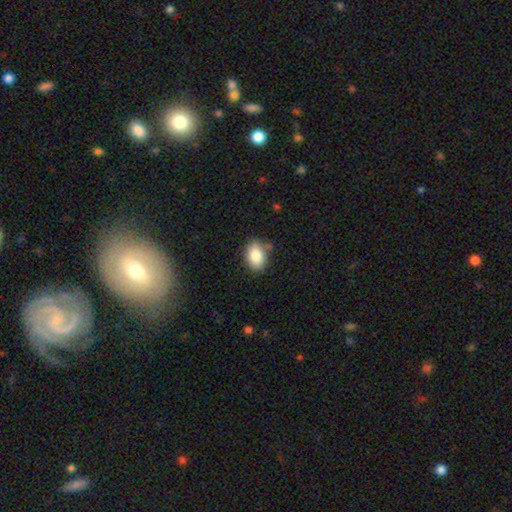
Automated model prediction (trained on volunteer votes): This is clearly a smooth galaxy (86%). How rounded: clearly in between (84%). Merging: clearly none (81%).